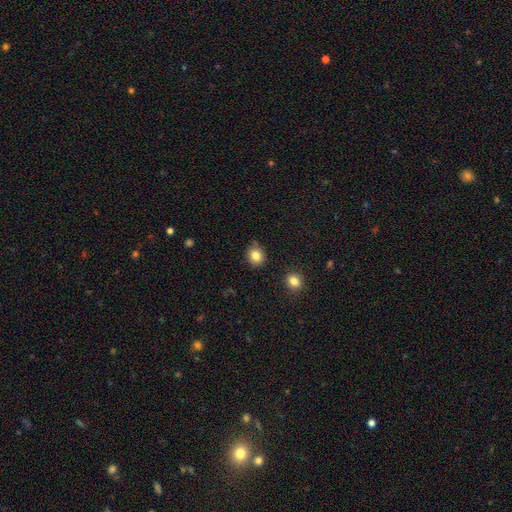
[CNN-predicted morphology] Smooth or featured?
  - smooth: 84% *
  - star or artifact: 10%
  - featured or disk: 6%
How rounded?
  - round: 75% *
  - in between: 25%
  - cigar-shaped: 1%
Merging?
  - none: 83% *
  - minor disturbance: 11%
  - merger: 3%
  - major disturbance: 2%